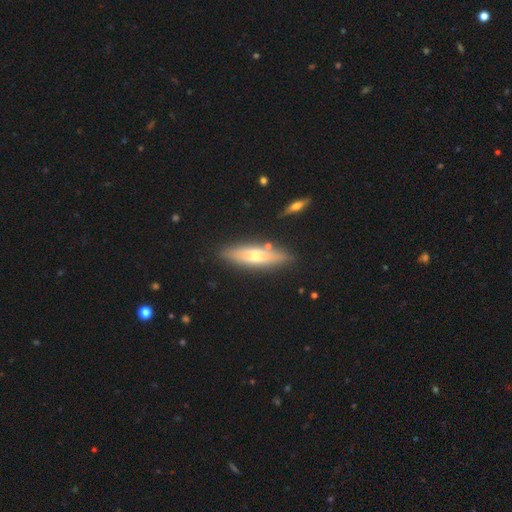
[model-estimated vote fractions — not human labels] smooth-or-featured: smooth: 51% | featured or disk: 42% | star or artifact: 6%
  how-rounded: cigar-shaped: 65% | in between: 33% | round: 2%
  merging: none: 84% | minor disturbance: 10% | merger: 4% | major disturbance: 2%